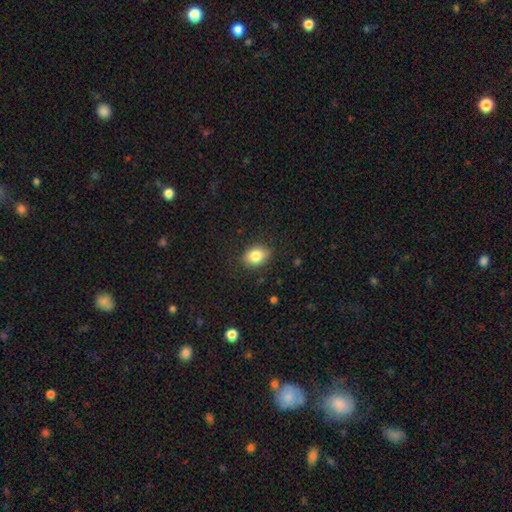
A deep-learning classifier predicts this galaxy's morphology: Smooth or featured?
  - smooth: 84% *
  - star or artifact: 8%
  - featured or disk: 8%
How rounded?
  - in between: 70% *
  - round: 29%
  - cigar-shaped: 1%
Merging?
  - none: 85% *
  - minor disturbance: 11%
  - major disturbance: 3%
  - merger: 1%